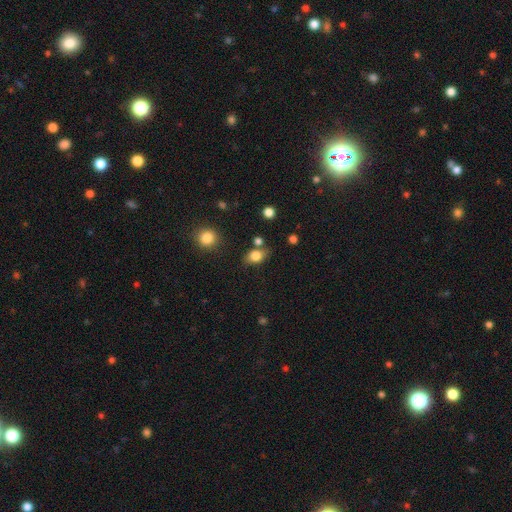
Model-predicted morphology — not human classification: smooth 79%, featured or disk 11%, star or artifact 10%. Down the decision tree: how rounded — in between (73%); merging — none (69%).